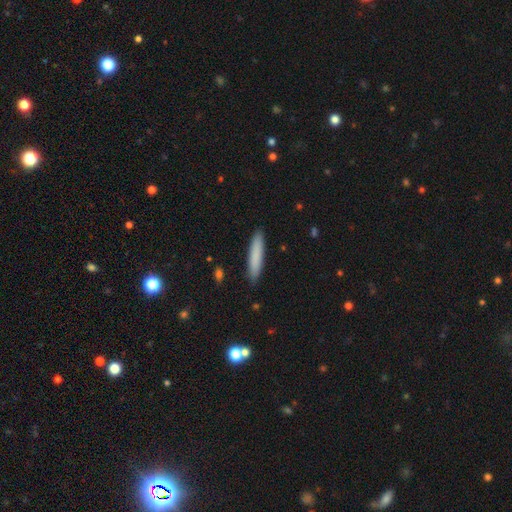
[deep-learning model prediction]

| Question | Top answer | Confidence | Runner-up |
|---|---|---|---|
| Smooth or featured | smooth | 83% | featured or disk (12%) |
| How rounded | cigar-shaped | 88% | in between (10%) |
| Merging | none | 90% | minor disturbance (7%) |